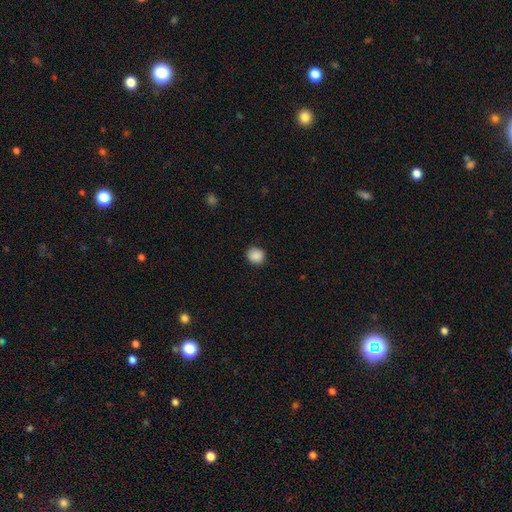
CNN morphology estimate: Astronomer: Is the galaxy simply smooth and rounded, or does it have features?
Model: smooth — 89%.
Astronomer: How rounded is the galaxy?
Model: round — 86%.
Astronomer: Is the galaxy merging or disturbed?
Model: none — 88%.